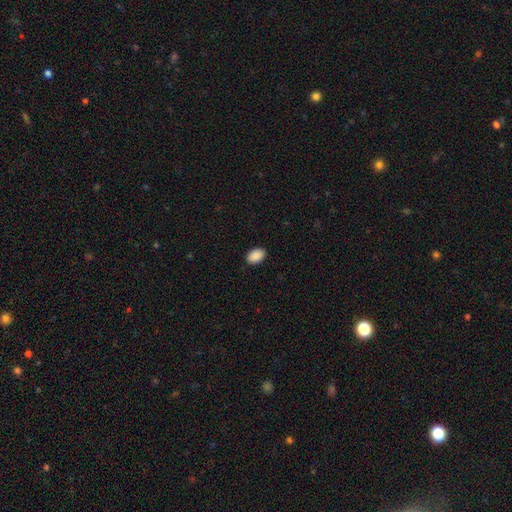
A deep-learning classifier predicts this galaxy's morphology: This appears to be a smooth galaxy with no disk features (90%) that is in between round and cigar-shaped (86%). Merging: none (89%).